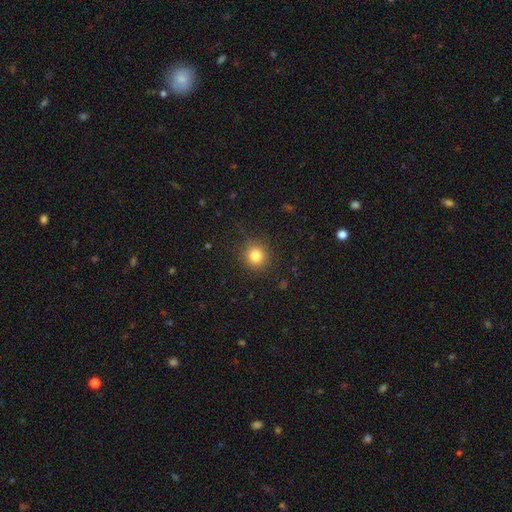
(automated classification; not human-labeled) This appears to be a smooth galaxy with no disk features (82%) that is round (91%). Merging: none (87%).